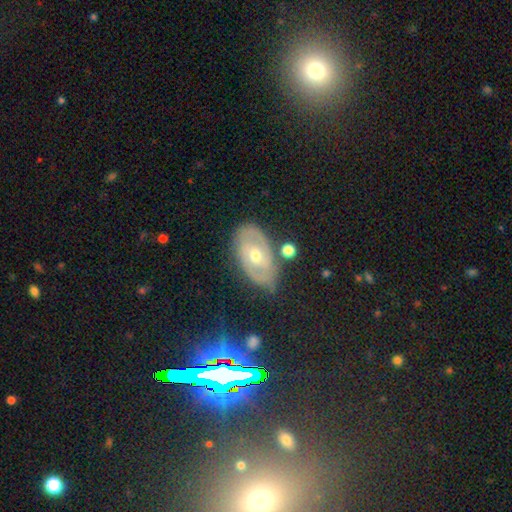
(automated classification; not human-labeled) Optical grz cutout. It shows a featured or disk galaxy (73%) with no bar (59%), 2 (66%) tight (52%) spiral arms (78%) and a moderate central bulge (61%). Merging: none (70%).